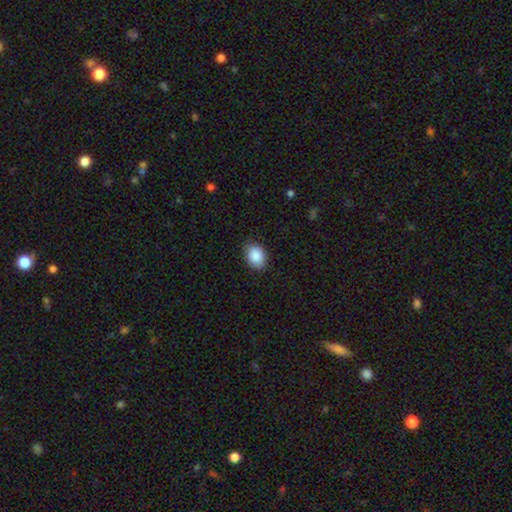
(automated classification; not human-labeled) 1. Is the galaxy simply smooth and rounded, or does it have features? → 89% smooth, 7% star or artifact, 4% featured or disk.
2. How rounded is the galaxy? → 68% in between, 31% round, 1% cigar-shaped.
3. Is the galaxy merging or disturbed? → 82% none, 14% minor disturbance, 3% major disturbance, 1% merger.